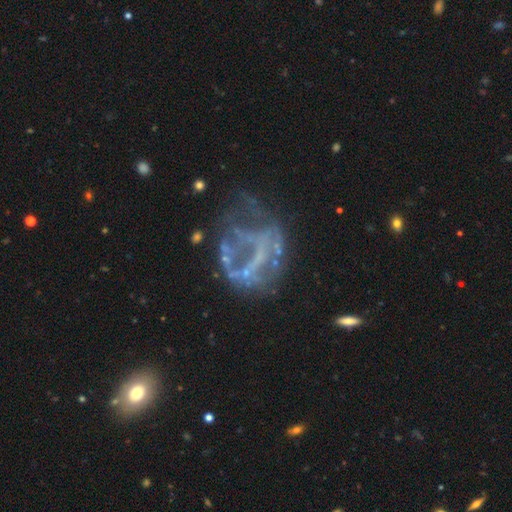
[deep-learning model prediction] This is likely a featured or disk galaxy (67%). It is clearly not viewed edge-on (97%). Bar: likely no (69%). Spiral arm pattern: likely no (79%). Central bulge: likely none (79%). Merging: marginally major disturbance (38%).